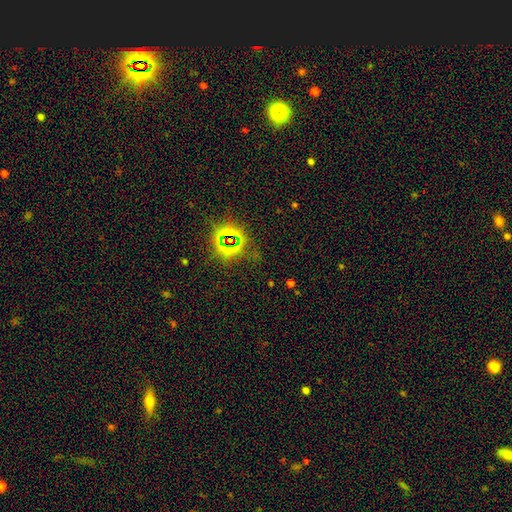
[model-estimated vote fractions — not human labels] Smooth or featured? Predicted: star or artifact (p=0.74).